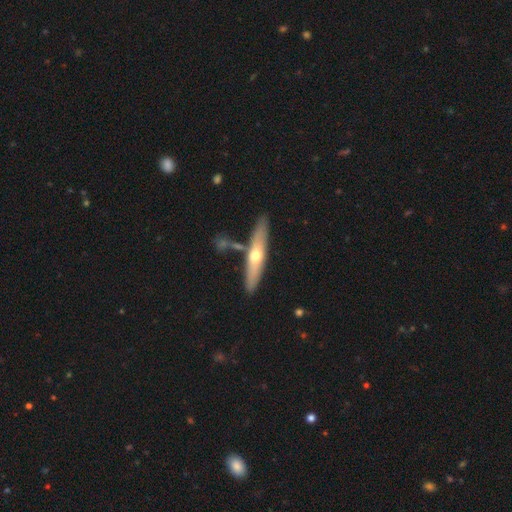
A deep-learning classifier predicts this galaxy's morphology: smooth-or-featured: featured or disk: 51% | smooth: 44% | star or artifact: 5%
  disk-edge-on: yes: 83% | no: 17%
  merging: none: 76% | minor disturbance: 11% | merger: 10% | major disturbance: 3%